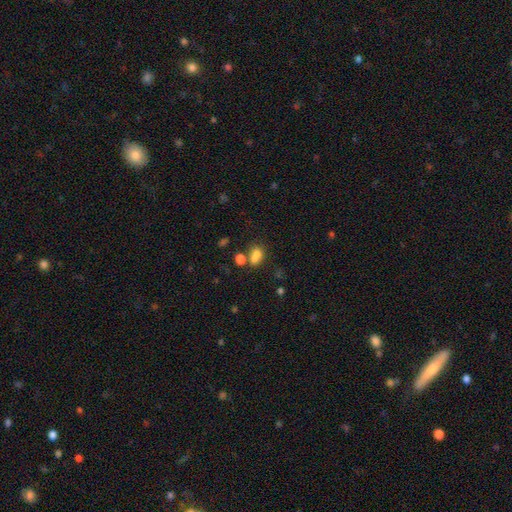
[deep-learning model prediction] Smooth or featured?
  - smooth: 75% *
  - star or artifact: 14%
  - featured or disk: 11%
How rounded?
  - in between: 70% *
  - round: 27%
  - cigar-shaped: 3%
Merging?
  - merger: 43% *
  - none: 39%
  - minor disturbance: 12%
  - major disturbance: 6%